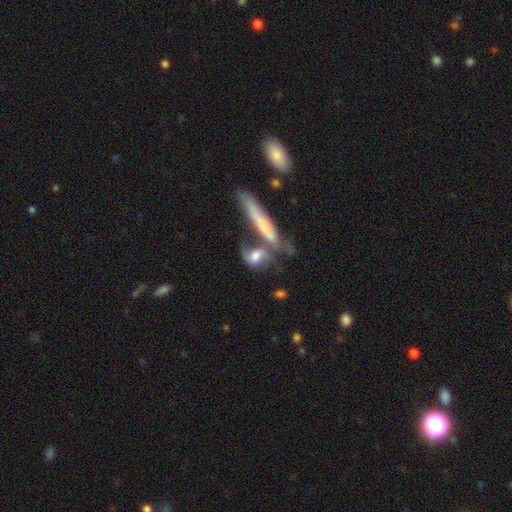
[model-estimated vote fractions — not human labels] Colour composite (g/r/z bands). It shows a smooth galaxy with no disk features (49%). Merging: merger (48%).